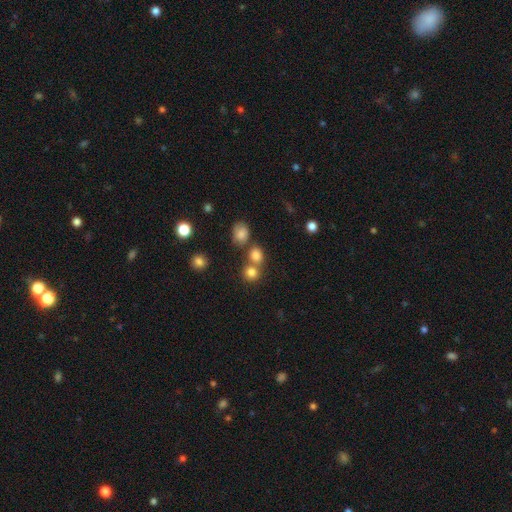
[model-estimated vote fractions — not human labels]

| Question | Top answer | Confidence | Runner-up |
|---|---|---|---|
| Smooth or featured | smooth | 79% | star or artifact (14%) |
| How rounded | round | 75% | in between (24%) |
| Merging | none | 56% | merger (32%) |